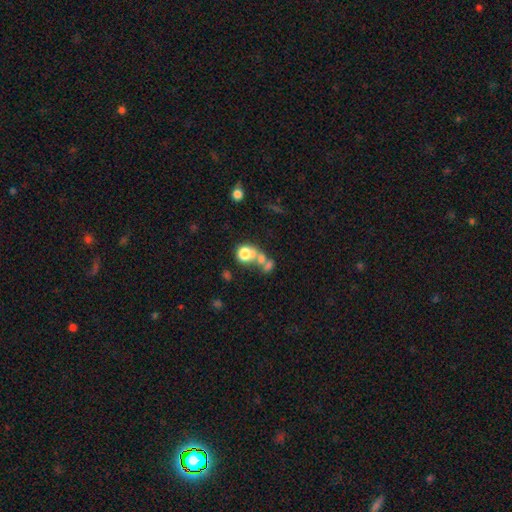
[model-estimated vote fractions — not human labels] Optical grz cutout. It shows a smooth galaxy with no disk features (62%) that is round (66%). Merging: merger (55%).